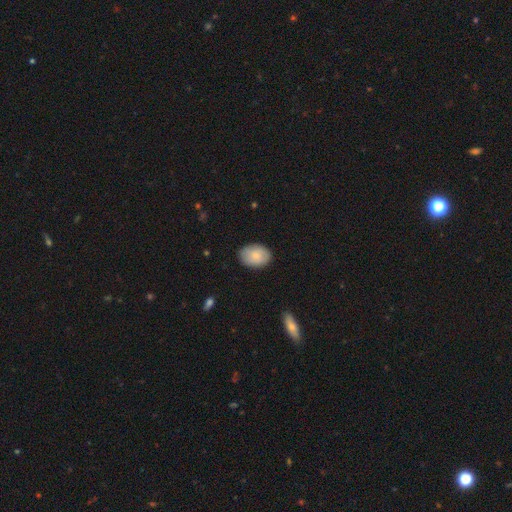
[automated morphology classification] Smooth or featured: smooth — 82% (featured or disk — 12%)
How rounded: in between — 81% (round — 18%)
Merging: none — 85% (minor disturbance — 11%)